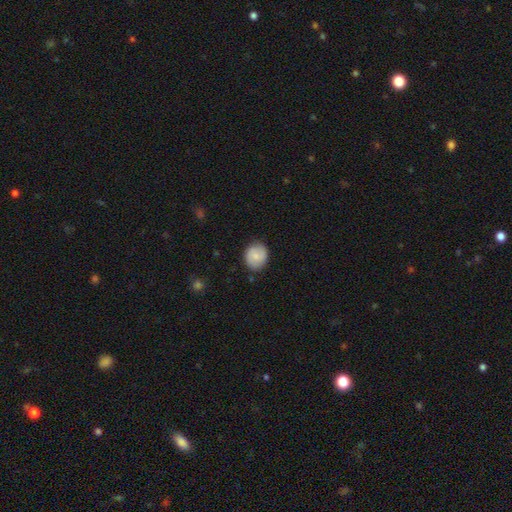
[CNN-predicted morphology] A smooth galaxy with no disk features (67%) that is round (74%). Merging: none (82%).